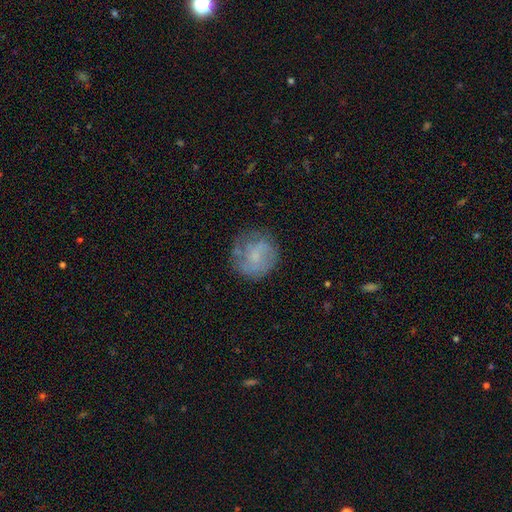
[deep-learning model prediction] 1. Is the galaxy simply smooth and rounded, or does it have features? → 46% featured or disk, 45% smooth, 9% star or artifact.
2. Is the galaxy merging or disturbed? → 68% none, 20% minor disturbance, 10% major disturbance, 2% merger.